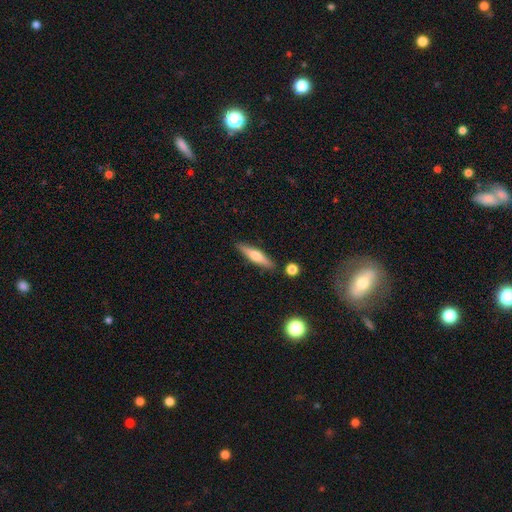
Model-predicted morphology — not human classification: Smooth or featured? smooth (51%)
How rounded? cigar-shaped (79%)
Merging? none (86%)